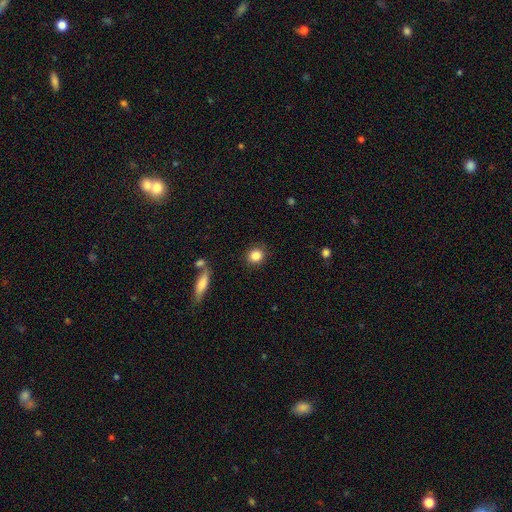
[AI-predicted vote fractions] Overall: smooth (85%). How rounded: round (82%). Merging: none (88%).